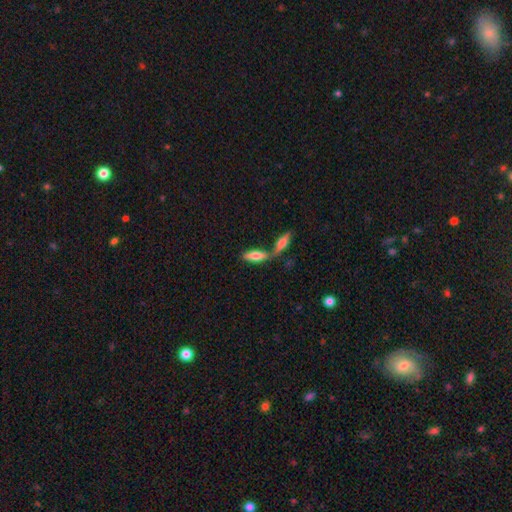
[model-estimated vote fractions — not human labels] Smooth or featured? smooth (70%)
How rounded? in between (58%)
Merging? merger (46%)